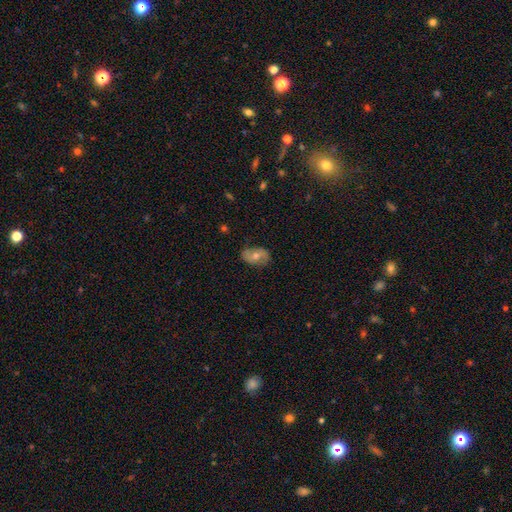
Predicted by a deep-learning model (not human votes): Smooth or featured? featured or disk (56%)
Edge-on disk? no (94%)
Bar? no (60%)
Spiral arms? yes (75%)
Bulge size? moderate (67%)
Merging? none (80%)